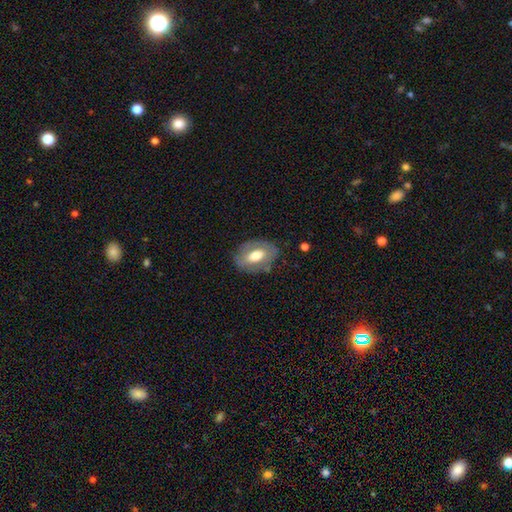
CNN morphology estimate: This is possibly a smooth galaxy (52%). How rounded: clearly in between (84%). Merging: likely none (75%).